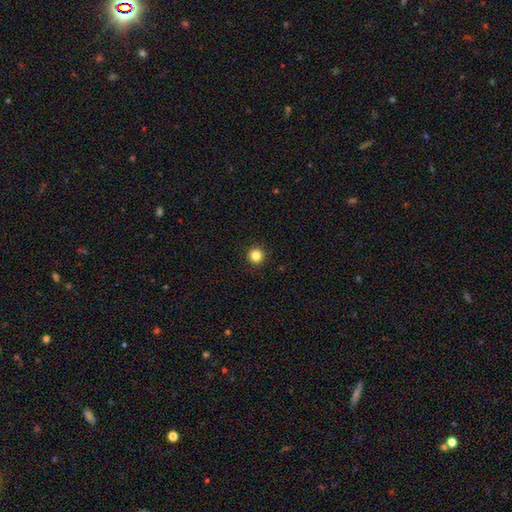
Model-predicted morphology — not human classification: Q: Smooth or featured?
A: smooth (84%); runner-up: star or artifact (12%)
Q: How rounded?
A: round (96%); runner-up: in between (3%)
Q: Merging?
A: none (94%); runner-up: minor disturbance (4%)